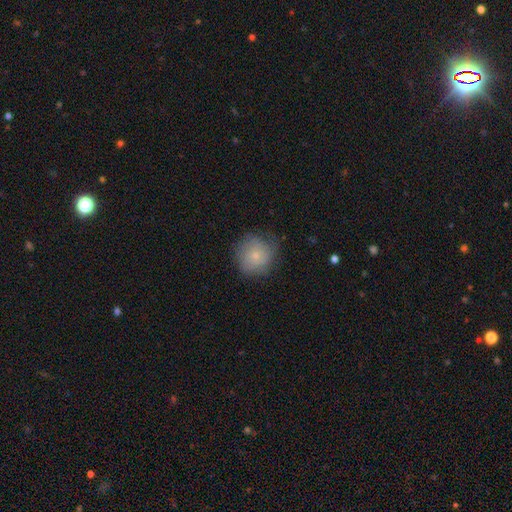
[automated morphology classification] Overall: smooth (73%). How rounded: round (90%). Merging: none (70%).